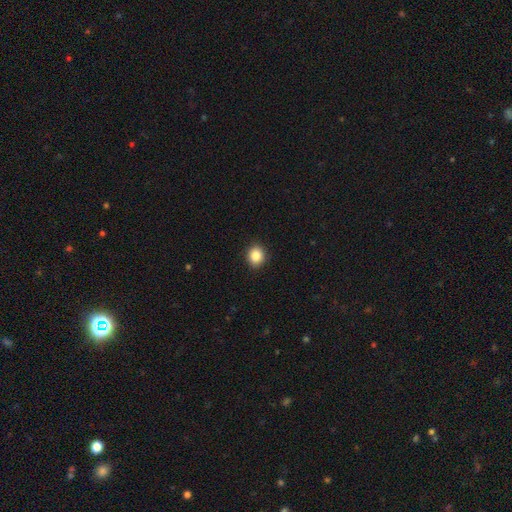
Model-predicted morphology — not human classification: Overall: smooth (86%). How rounded: round (74%). Merging: none (91%).